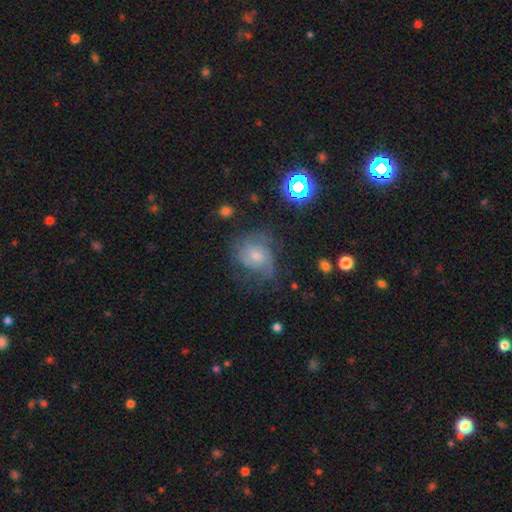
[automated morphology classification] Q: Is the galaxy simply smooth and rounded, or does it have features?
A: featured or disk — 65%.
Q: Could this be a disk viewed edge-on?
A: no — 97%.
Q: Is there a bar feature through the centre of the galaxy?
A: no — 69%.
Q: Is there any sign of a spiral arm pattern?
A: yes — 89%.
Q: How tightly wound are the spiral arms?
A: tight — 44%.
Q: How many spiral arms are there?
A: can't tell — 37%.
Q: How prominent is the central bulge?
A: small — 55%.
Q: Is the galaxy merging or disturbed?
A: none — 58%.